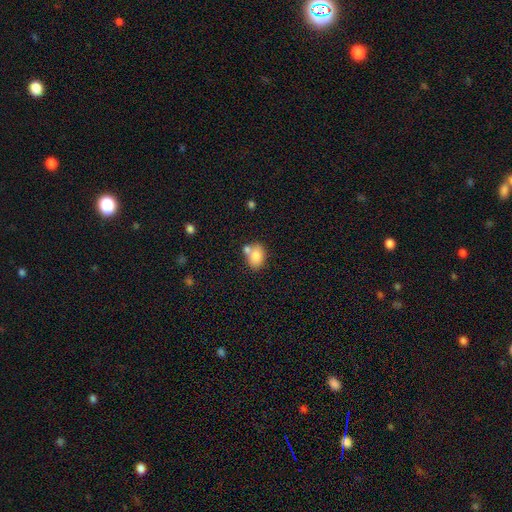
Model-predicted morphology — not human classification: Smooth or featured? Predicted: smooth (p=0.81). How rounded? Predicted: in between (p=0.75). Merging? Predicted: none (p=0.54).